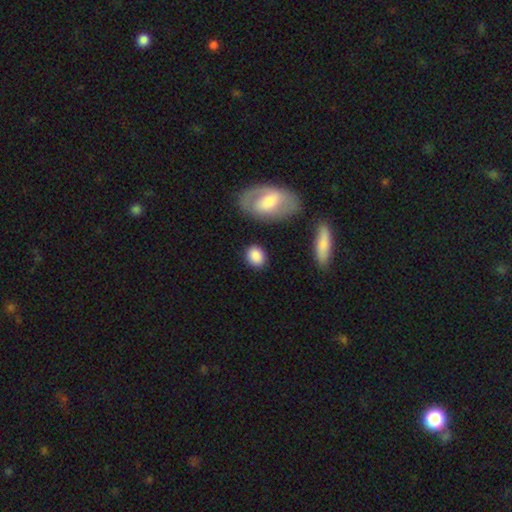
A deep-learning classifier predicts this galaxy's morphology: Smooth or featured?
  - smooth: 86% *
  - featured or disk: 7%
  - star or artifact: 6%
How rounded?
  - in between: 53% *
  - round: 45%
  - cigar-shaped: 2%
Merging?
  - none: 79% *
  - minor disturbance: 13%
  - merger: 4%
  - major disturbance: 4%